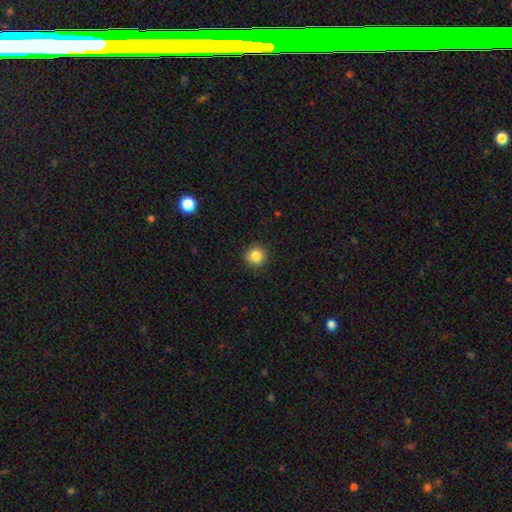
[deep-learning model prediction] Overall: smooth (85%). How rounded: round (94%). Merging: none (92%).